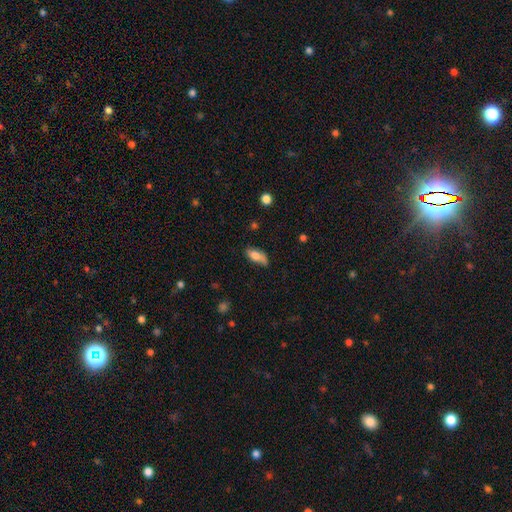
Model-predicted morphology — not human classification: Overall: smooth (75%). How rounded: in between (81%). Merging: none (51%; minor disturbance 34%).